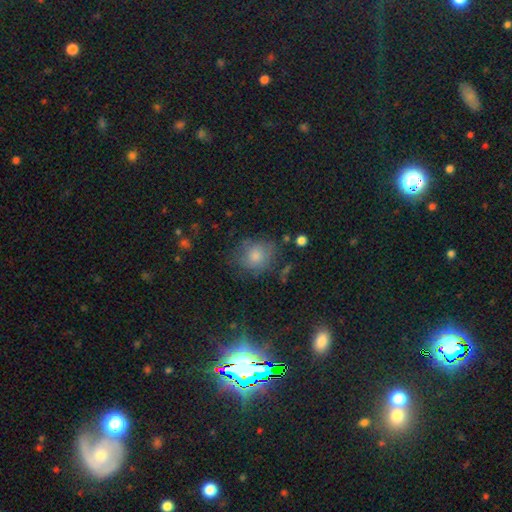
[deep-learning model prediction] Smooth or featured: smooth — 59% (star or artifact — 27%)
How rounded: round — 72% (in between — 27%)
Merging: none — 70% (minor disturbance — 20%)